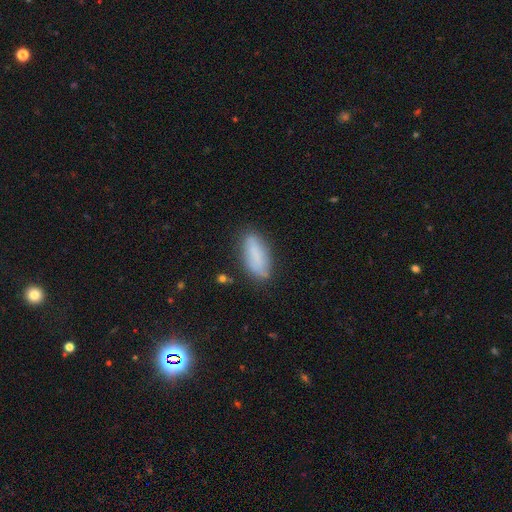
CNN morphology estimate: This is likely a smooth galaxy (78%). How rounded: likely in between (76%). Merging: likely none (72%).